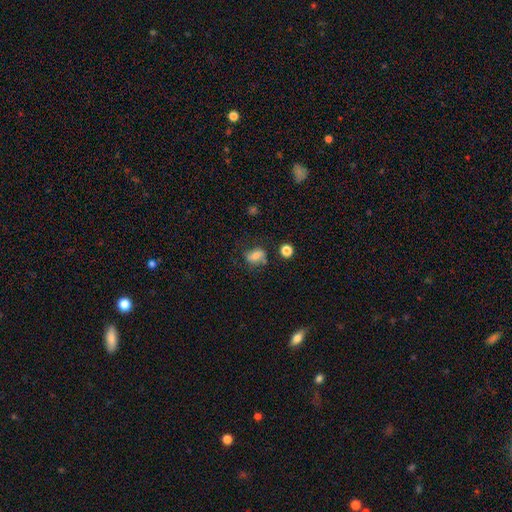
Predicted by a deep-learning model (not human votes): A smooth galaxy with no disk features (61%) that is in between round and cigar-shaped (67%). Merging: none (61%).